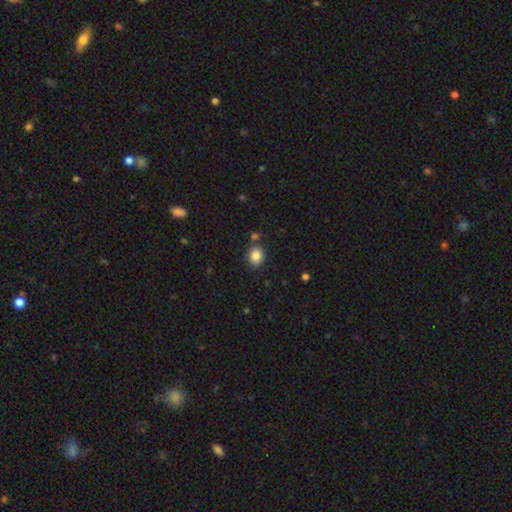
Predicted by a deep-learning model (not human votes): Smooth or featured? Predicted: smooth (p=0.85). How rounded? Predicted: in between (p=0.51). Merging? Predicted: none (p=0.80).